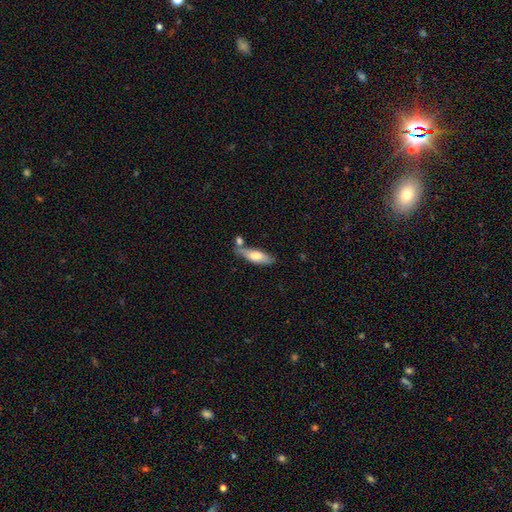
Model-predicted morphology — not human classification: type=smooth (66%); roundness=in between (54%); merging=none (58%).